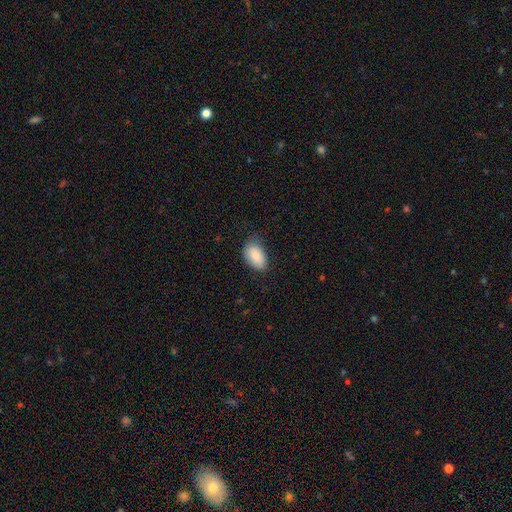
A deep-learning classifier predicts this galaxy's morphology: A smooth galaxy with no disk features (88%) that is in between round and cigar-shaped (92%).

Vote fractions:
- Smooth or featured? smooth: 88% / star or artifact: 7% / featured or disk: 6%
- How rounded? in between: 92% / round: 6% / cigar-shaped: 1%
- Merging? none: 68% / minor disturbance: 26% / major disturbance: 5% / merger: 1%